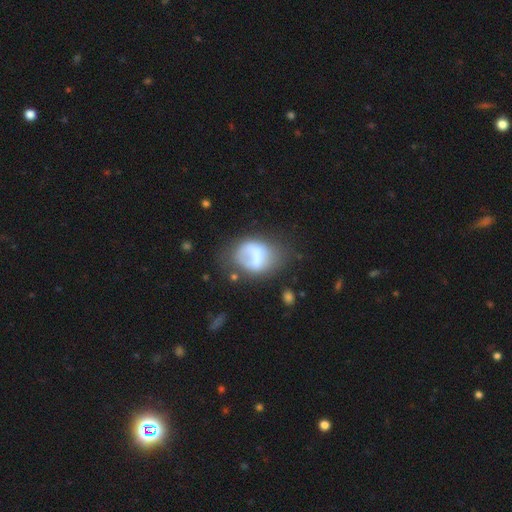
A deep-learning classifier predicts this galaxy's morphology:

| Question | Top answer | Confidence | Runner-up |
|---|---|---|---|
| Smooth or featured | smooth | 57% | featured or disk (33%) |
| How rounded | in between | 59% | round (40%) |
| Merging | none | 34% | major disturbance (29%) |